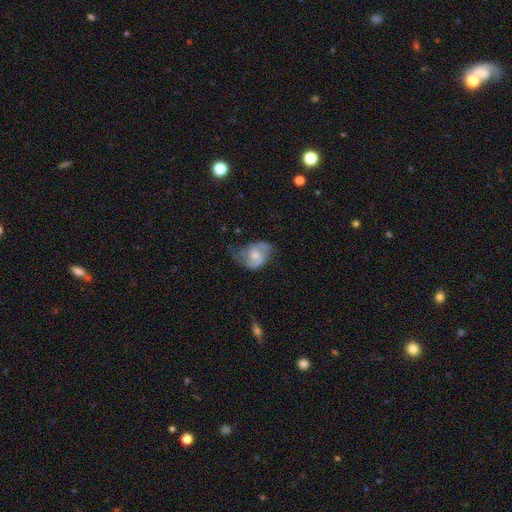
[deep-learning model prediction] Q: Smooth or featured?
A: featured or disk (64%); runner-up: smooth (29%)
Q: Edge-on disk?
A: no (97%); runner-up: yes (3%)
Q: Bar?
A: no (59%); runner-up: weak (35%)
Q: Spiral arms?
A: yes (86%); runner-up: no (14%)
Q: Spiral winding?
A: loose (42%); tied with: medium (42%)
Q: Spiral arm count?
A: 2 (82%); runner-up: can't tell (9%)
Q: Bulge size?
A: moderate (51%); runner-up: small (34%)
Q: Merging?
A: none (45%); runner-up: minor disturbance (31%)